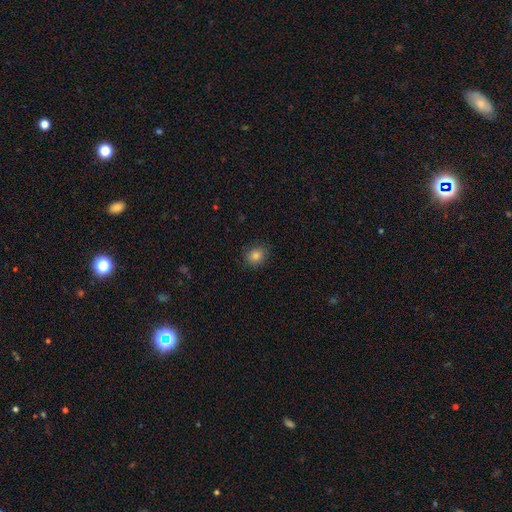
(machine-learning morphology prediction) Overall: smooth (82%). How rounded: round (70%). Merging: none (88%).